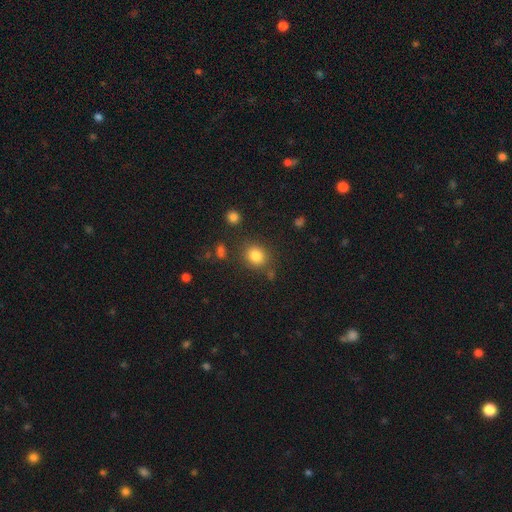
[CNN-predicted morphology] This appears to be a smooth galaxy with no disk features (82%) that is round (73%). Merging: none (79%).